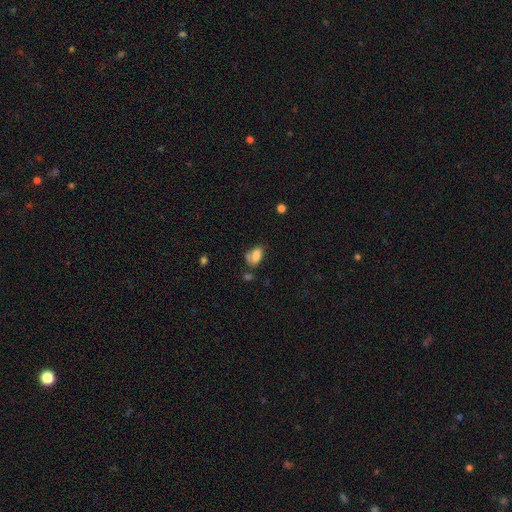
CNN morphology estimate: A smooth galaxy with no disk features (76%) that is in between round and cigar-shaped (88%). Merging: none (39%).